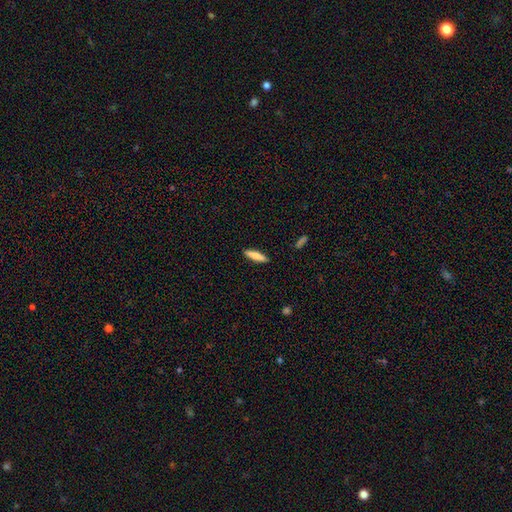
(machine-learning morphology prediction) This appears to be a smooth galaxy with no disk features (75%) that is cigar-shaped (75%). Merging: none (90%).